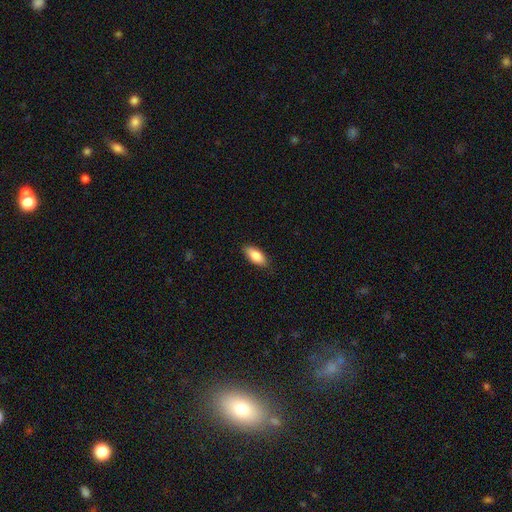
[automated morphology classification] smooth 85%, featured or disk 9%, star or artifact 6%. Down the decision tree: how rounded — in between (88%); merging — none (85%).